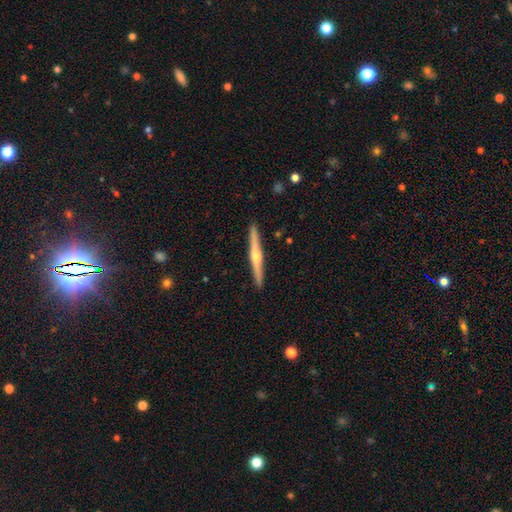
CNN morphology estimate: The model was most divided on "smooth or featured": featured or disk: 74%, smooth: 21%, star or artifact: 5%. More confident: edge-on disk — yes (98%); merging — none (92%); edge-on bulge — rounded (91%).